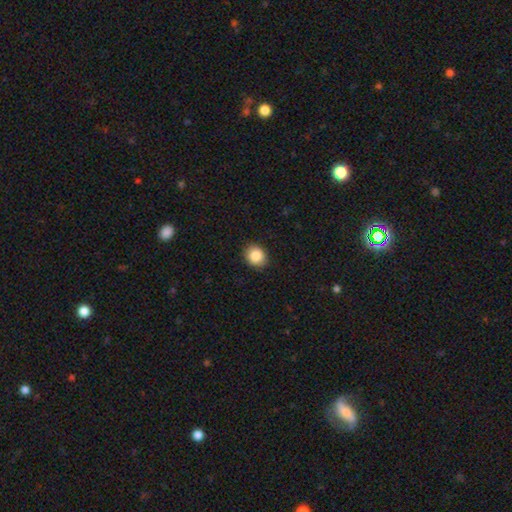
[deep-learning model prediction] Overall: smooth (86%). How rounded: round (59%; in between 40%). Merging: none (89%).